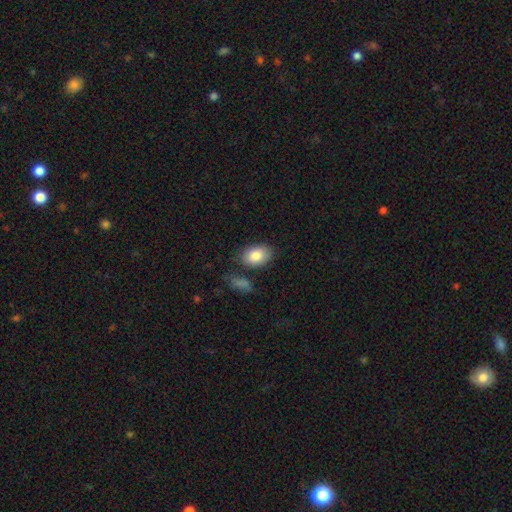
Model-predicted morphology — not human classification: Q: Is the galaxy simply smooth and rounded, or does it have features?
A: smooth — 85%.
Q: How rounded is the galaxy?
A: in between — 87%.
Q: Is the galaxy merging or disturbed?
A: none — 76%.